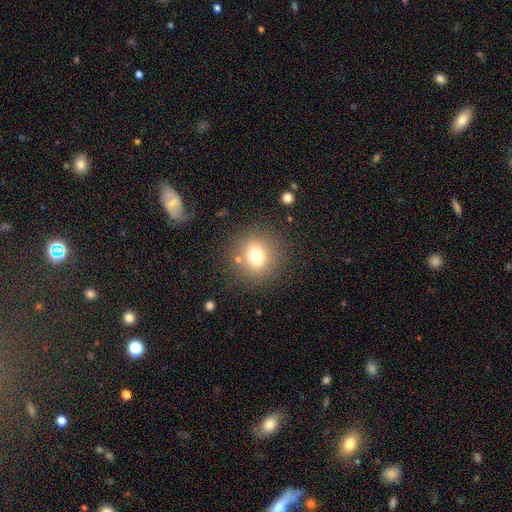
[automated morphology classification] Q: Smooth or featured?
A: smooth (73%); runner-up: star or artifact (15%)
Q: How rounded?
A: round (85%); runner-up: in between (14%)
Q: Merging?
A: none (83%); runner-up: minor disturbance (9%)